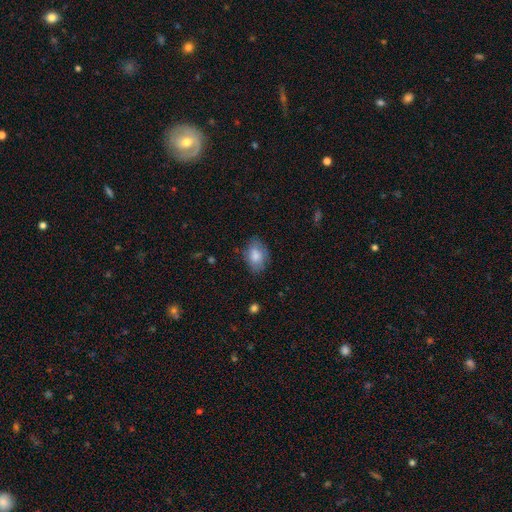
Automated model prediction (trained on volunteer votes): The model was most divided on "merging": none: 72%, minor disturbance: 22%, major disturbance: 5%, merger: 1%. More confident: how rounded — in between (85%); smooth or featured — smooth (80%).